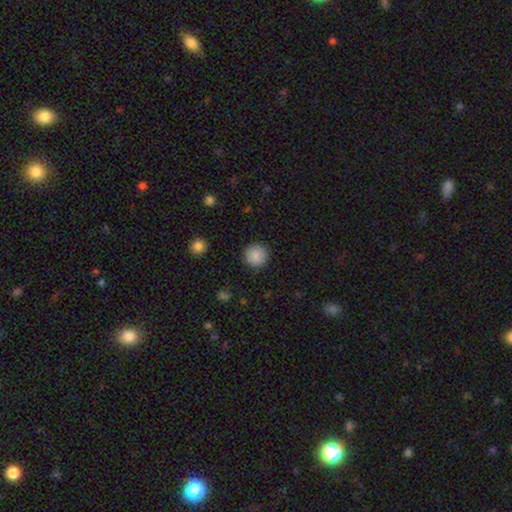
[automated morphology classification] Q: Smooth or featured?
A: smooth (89%); runner-up: star or artifact (8%)
Q: How rounded?
A: round (96%); runner-up: in between (3%)
Q: Merging?
A: none (92%); runner-up: minor disturbance (5%)